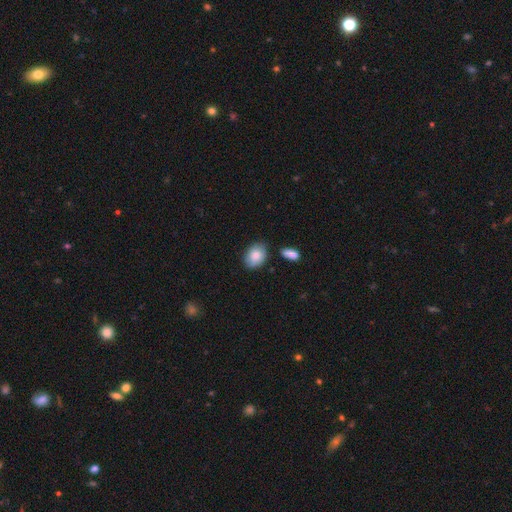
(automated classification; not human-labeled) A smooth galaxy with no disk features (83%) that is in between round and cigar-shaped (77%).

Vote fractions:
- Smooth or featured? smooth: 83% / featured or disk: 10% / star or artifact: 7%
- How rounded? in between: 77% / round: 22% / cigar-shaped: 1%
- Merging? none: 71% / minor disturbance: 19% / merger: 6% / major disturbance: 4%